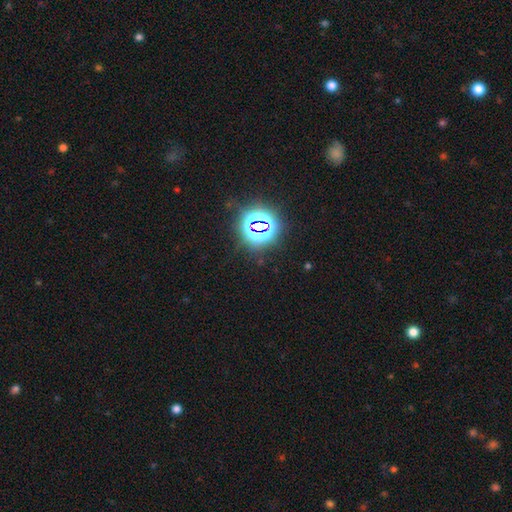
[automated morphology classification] type=star or artifact (82%).